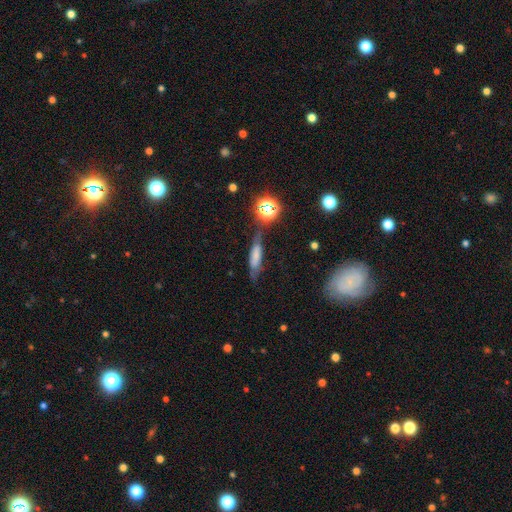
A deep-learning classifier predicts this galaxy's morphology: Smooth or featured?
  - smooth: 56% *
  - featured or disk: 29%
  - star or artifact: 15%
How rounded?
  - cigar-shaped: 66% *
  - in between: 29%
  - round: 5%
Merging?
  - none: 58% *
  - minor disturbance: 24%
  - major disturbance: 11%
  - merger: 8%